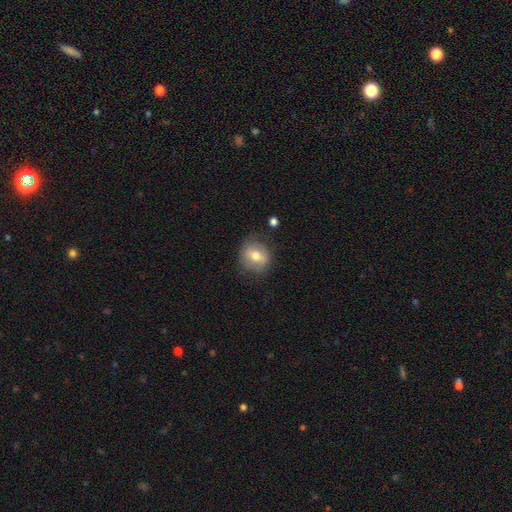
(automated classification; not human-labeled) Overall: smooth (61%; featured or disk 31%). How rounded: round (76%). Merging: none (78%).